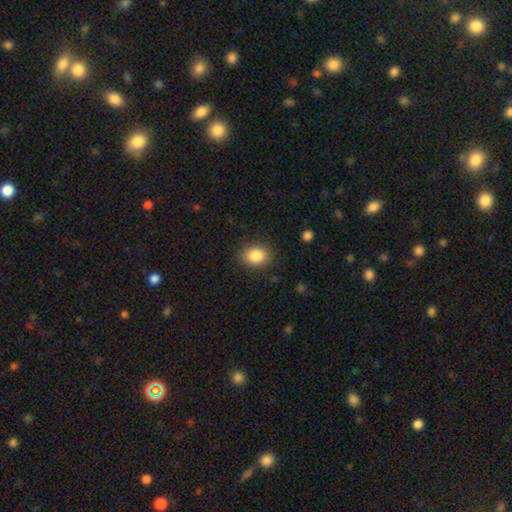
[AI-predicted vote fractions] Smooth or featured? Predicted: smooth (p=0.86). How rounded? Predicted: in between (p=0.52). Merging? Predicted: none (p=0.86).